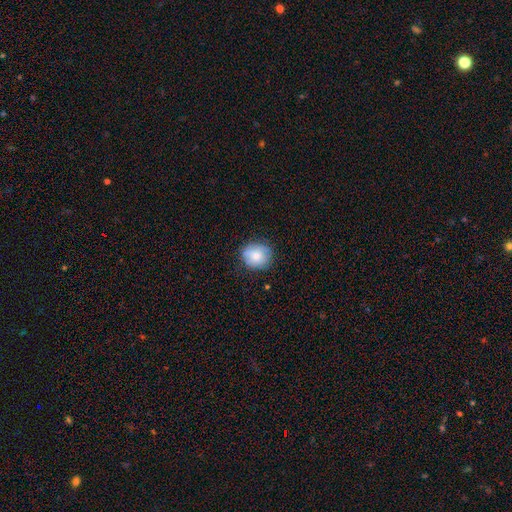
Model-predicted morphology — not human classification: This is likely a smooth galaxy (75%). How rounded: clearly round (81%). Merging: likely none (78%).